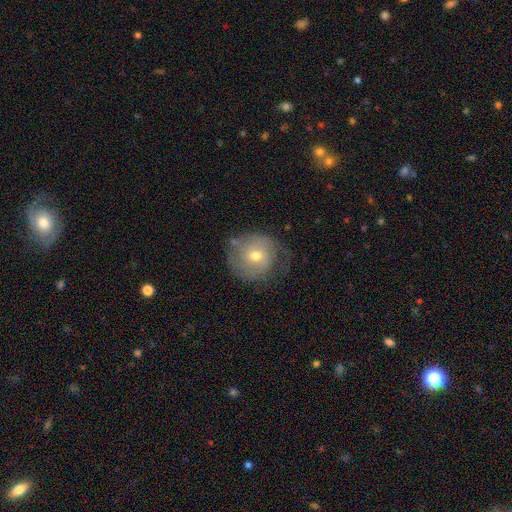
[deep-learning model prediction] Smooth or featured: featured or disk — 53% (smooth — 38%)
Edge-on disk: no — 96% (yes — 4%)
Bar: no — 69% (weak — 26%)
Spiral arms: yes — 74% (no — 26%)
Bulge size: moderate — 63% (small — 32%)
Merging: none — 59% (minor disturbance — 25%)